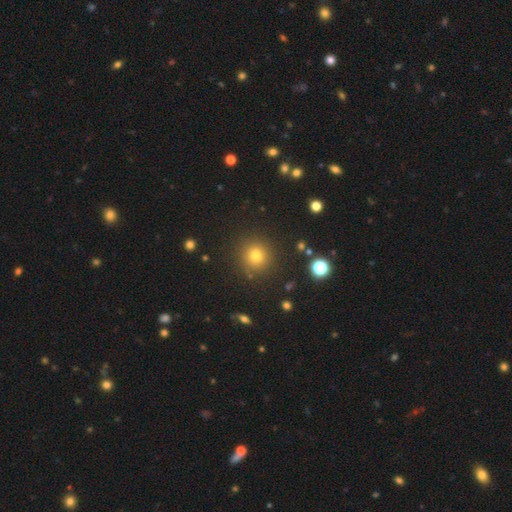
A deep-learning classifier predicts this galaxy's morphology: Smooth or featured?
  - smooth: 75% *
  - star or artifact: 18%
  - featured or disk: 7%
How rounded?
  - round: 93% *
  - in between: 6%
  - cigar-shaped: 1%
Merging?
  - none: 88% *
  - minor disturbance: 7%
  - major disturbance: 3%
  - merger: 2%